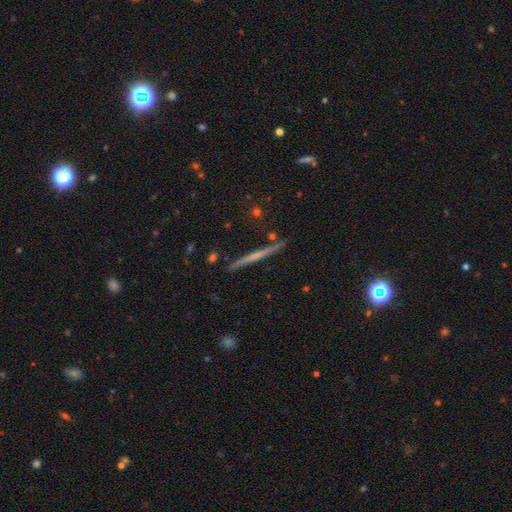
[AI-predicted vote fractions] Q: Smooth or featured?
A: featured or disk (62%); runner-up: smooth (31%)
Q: Edge-on disk?
A: yes (98%); runner-up: no (2%)
Q: Edge-on bulge?
A: none (72%); runner-up: rounded (20%)
Q: Merging?
A: none (91%); runner-up: minor disturbance (7%)